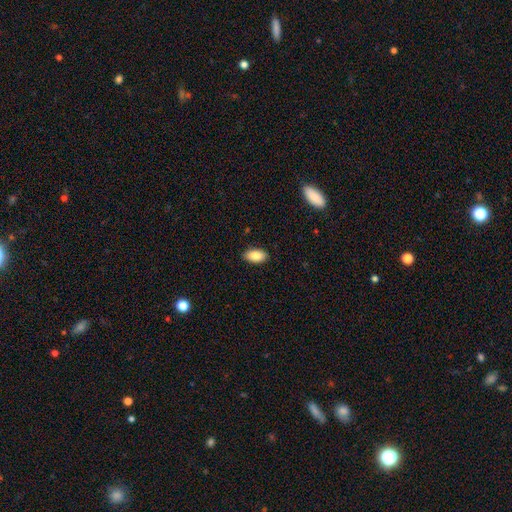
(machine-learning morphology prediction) smooth_or_featured: smooth (p=0.87) [alt: star or artifact p=0.07]
how_rounded: in between (p=0.94) [alt: round p=0.03]
merging: none (p=0.89) [alt: minor disturbance p=0.08]